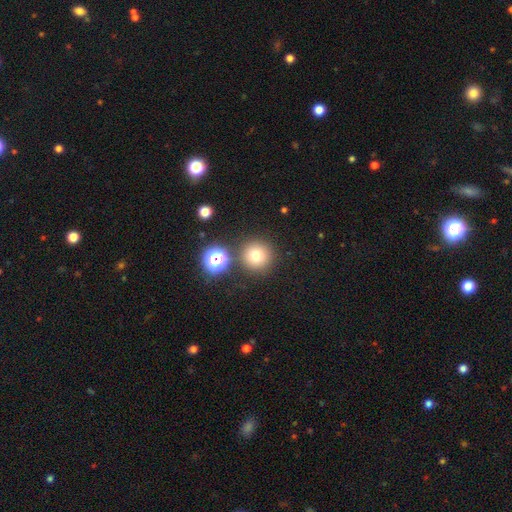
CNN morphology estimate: Smooth or featured: smooth — 72% (star or artifact — 18%)
How rounded: round — 96% (in between — 3%)
Merging: none — 83% (merger — 7%)